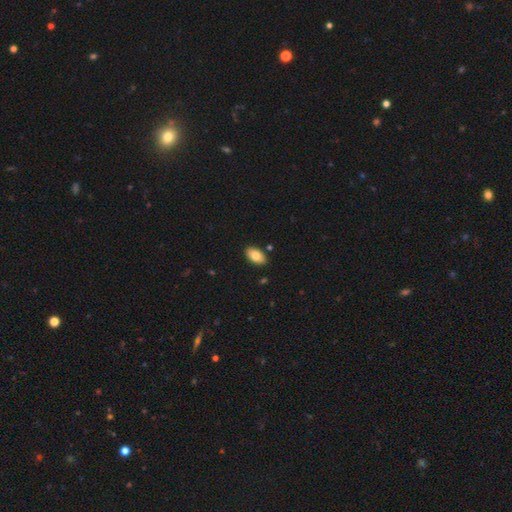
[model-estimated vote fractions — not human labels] Smooth or featured? smooth (79%)
How rounded? in between (94%)
Merging? none (88%)